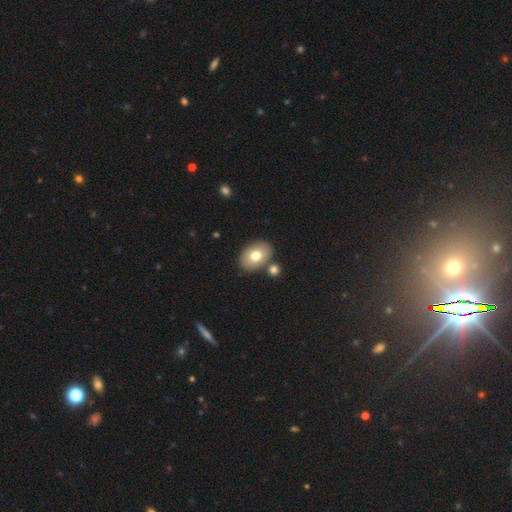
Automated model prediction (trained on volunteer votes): smooth 75%, featured or disk 17%, star or artifact 8%. Down the decision tree: how rounded — in between (81%); merging — none (75%).